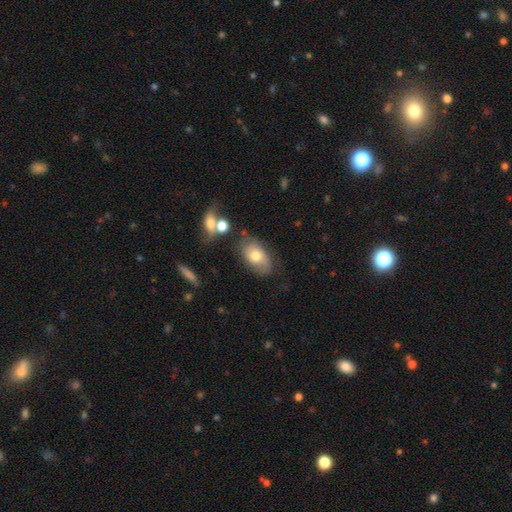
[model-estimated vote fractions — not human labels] smooth-or-featured: smooth: 65% | featured or disk: 27% | star or artifact: 9%
  how-rounded: in between: 89% | round: 8% | cigar-shaped: 2%
  merging: none: 67% | minor disturbance: 21% | major disturbance: 7% | merger: 5%